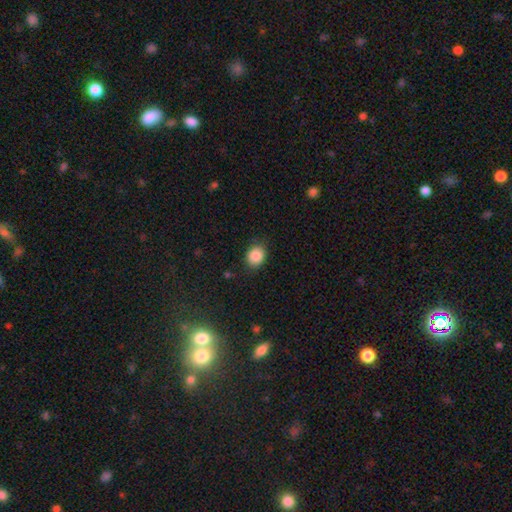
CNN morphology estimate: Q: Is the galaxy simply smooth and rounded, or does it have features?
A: smooth — 88%.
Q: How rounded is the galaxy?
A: round — 56%.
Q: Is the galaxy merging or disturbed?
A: none — 83%.